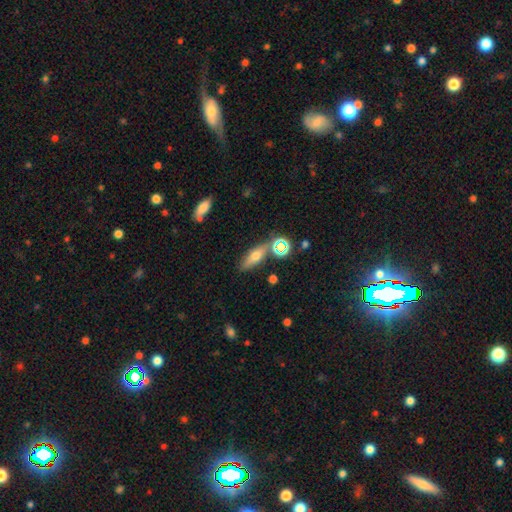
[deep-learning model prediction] The model was most divided on "how rounded": in between: 53%, cigar-shaped: 39%, round: 8%. More confident: merging — none (74%); smooth or featured — smooth (59%).